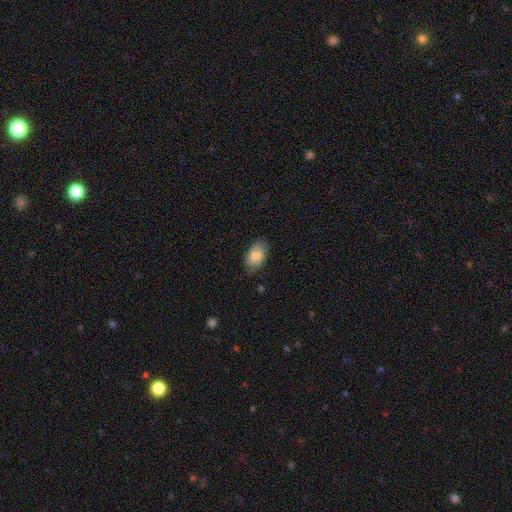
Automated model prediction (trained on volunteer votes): Morphology: type=smooth (76%); roundness=in between (91%); merging=none (75%).